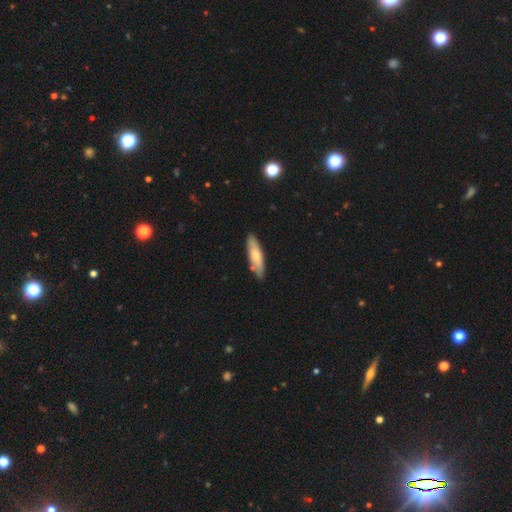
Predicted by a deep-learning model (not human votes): This is likely a smooth galaxy (71%). How rounded: likely cigar-shaped (63%). Merging: clearly none (84%).